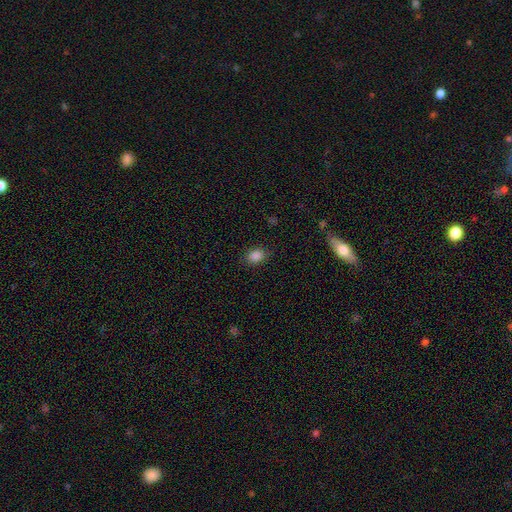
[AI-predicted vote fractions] smooth_or_featured: smooth (p=0.86) [alt: star or artifact p=0.11]
how_rounded: in between (p=0.61) [alt: round p=0.38]
merging: none (p=0.84) [alt: minor disturbance p=0.11]